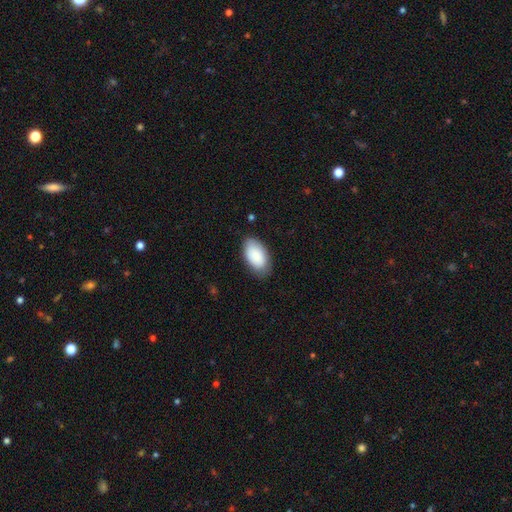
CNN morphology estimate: The model was most divided on "merging": none: 77%, minor disturbance: 18%, major disturbance: 4%, merger: 1%. More confident: how rounded — in between (95%); smooth or featured — smooth (88%).